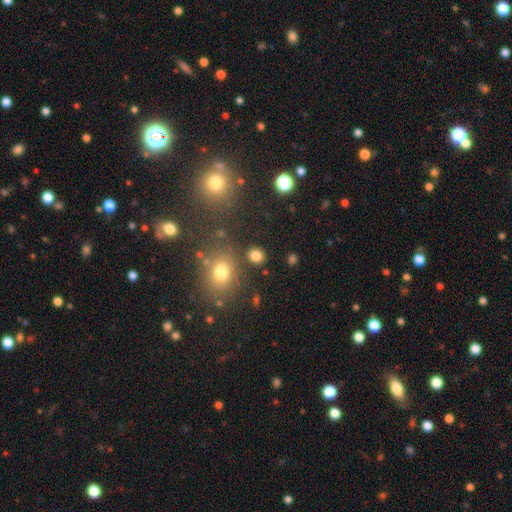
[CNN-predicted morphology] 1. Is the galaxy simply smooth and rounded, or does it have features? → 81% smooth, 14% star or artifact, 5% featured or disk.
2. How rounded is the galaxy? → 69% round, 30% in between, 1% cigar-shaped.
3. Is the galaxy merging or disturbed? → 84% none, 8% minor disturbance, 5% merger, 3% major disturbance.